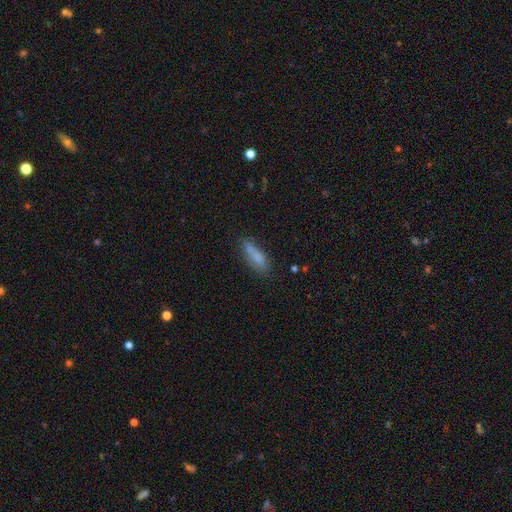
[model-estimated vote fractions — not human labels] Q: Smooth or featured?
A: smooth (74%); runner-up: featured or disk (16%)
Q: How rounded?
A: cigar-shaped (52%); runner-up: in between (46%)
Q: Merging?
A: none (63%); runner-up: minor disturbance (20%)